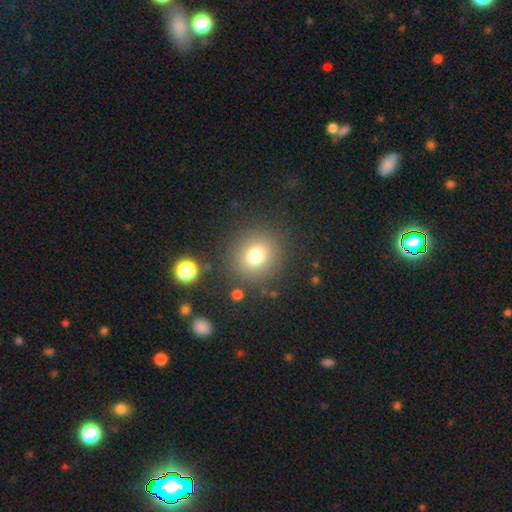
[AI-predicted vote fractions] Smooth or featured? smooth (74%)
How rounded? round (85%)
Merging? none (85%)